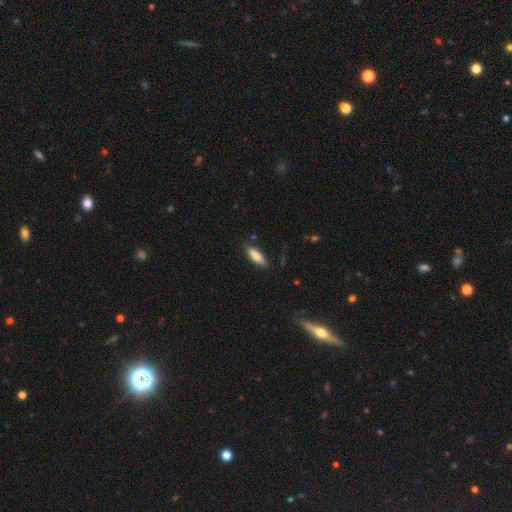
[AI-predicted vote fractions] This appears to be a smooth galaxy with no disk features (79%) that is in between round and cigar-shaped (53%). Merging: none (85%).